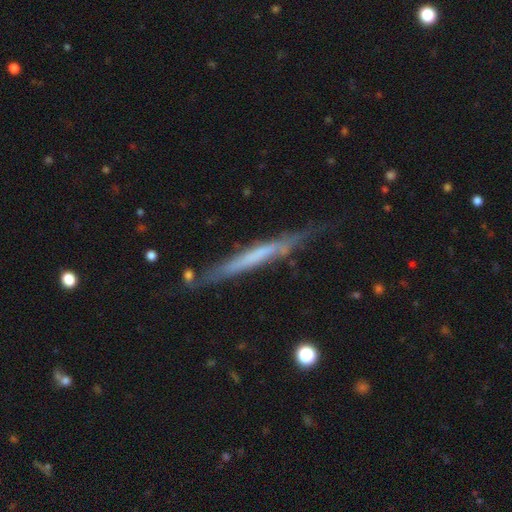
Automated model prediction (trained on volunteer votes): The model was most divided on "smooth or featured": featured or disk: 57%, smooth: 37%, star or artifact: 6%. More confident: edge-on disk — yes (91%); edge-on bulge — none (80%); merging — none (70%).